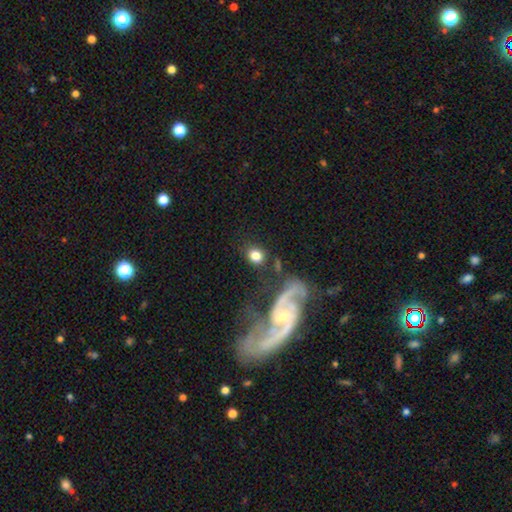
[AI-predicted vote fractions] Q: Smooth or featured?
A: smooth (73%); runner-up: featured or disk (18%)
Q: How rounded?
A: round (71%); runner-up: in between (27%)
Q: Merging?
A: none (69%); runner-up: minor disturbance (12%)